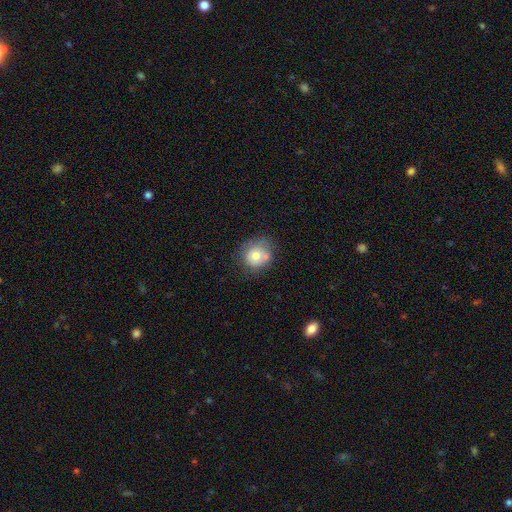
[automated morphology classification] smooth-or-featured: smooth: 70% | featured or disk: 21% | star or artifact: 10%
  how-rounded: round: 82% | in between: 18% | cigar-shaped: 1%
  merging: none: 54% | minor disturbance: 21% | merger: 18% | major disturbance: 7%